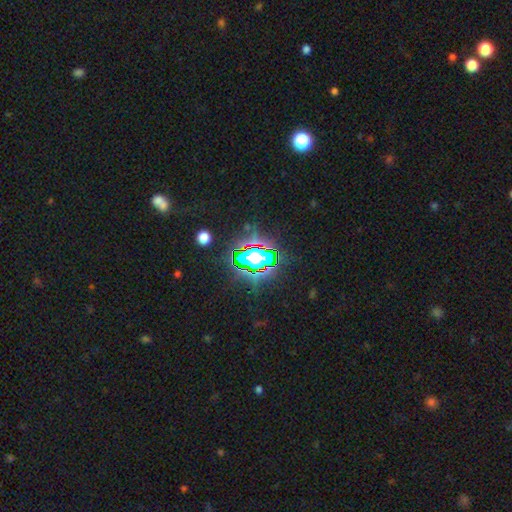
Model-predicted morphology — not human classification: Smooth or featured? Predicted: star or artifact (p=0.73).